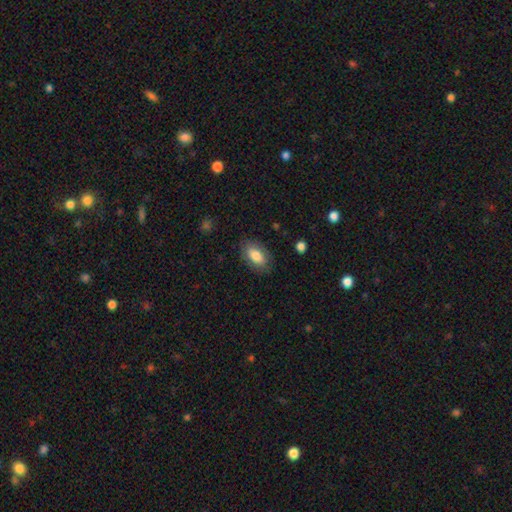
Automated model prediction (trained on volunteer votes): Smooth or featured: smooth — 78% (featured or disk — 15%)
How rounded: in between — 91% (round — 5%)
Merging: none — 81% (minor disturbance — 14%)